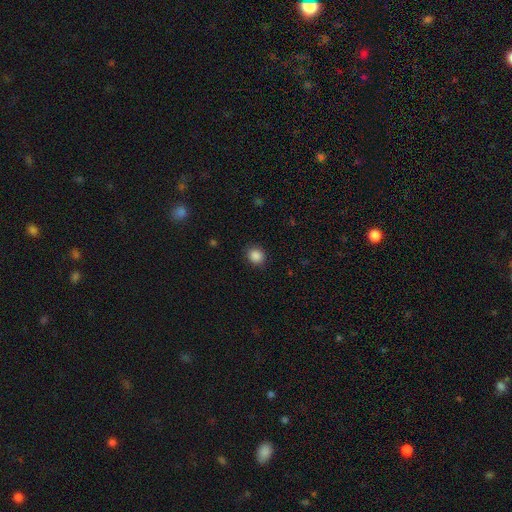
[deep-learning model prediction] Smooth or featured?
  - smooth: 87% *
  - star or artifact: 10%
  - featured or disk: 3%
How rounded?
  - round: 79% *
  - in between: 21%
  - cigar-shaped: 1%
Merging?
  - none: 88% *
  - minor disturbance: 8%
  - major disturbance: 2%
  - merger: 1%